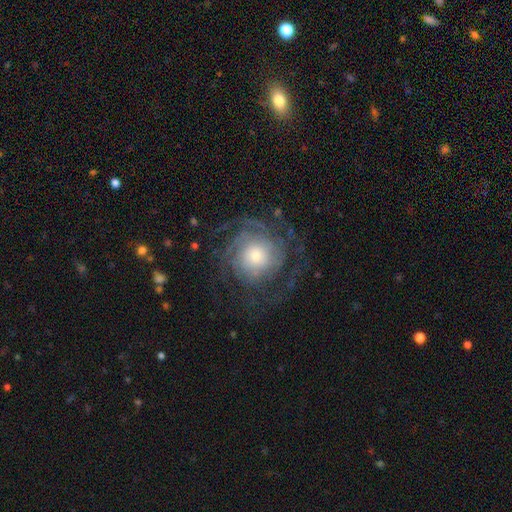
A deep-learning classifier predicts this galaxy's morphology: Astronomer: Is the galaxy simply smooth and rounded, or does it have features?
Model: featured or disk — 79%.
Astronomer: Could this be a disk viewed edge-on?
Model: no — 97%.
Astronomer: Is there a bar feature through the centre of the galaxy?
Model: no — 77%.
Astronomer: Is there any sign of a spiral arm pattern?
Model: yes — 93%.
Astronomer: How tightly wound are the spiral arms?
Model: tight — 54% (runner-up: medium, 31%).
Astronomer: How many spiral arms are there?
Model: can't tell — 35% (runner-up: 2, 17%).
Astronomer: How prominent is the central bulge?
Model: moderate — 42% (runner-up: small, 36%).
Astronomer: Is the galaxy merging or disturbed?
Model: none — 67%.